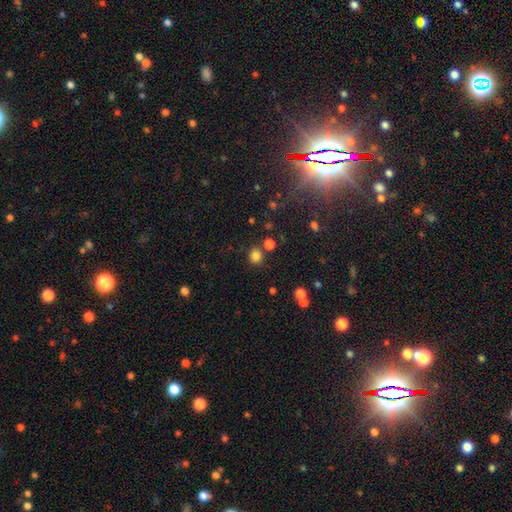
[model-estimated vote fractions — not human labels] Smooth or featured: smooth — 81% (star or artifact — 15%)
How rounded: round — 83% (in between — 16%)
Merging: none — 81% (minor disturbance — 8%)